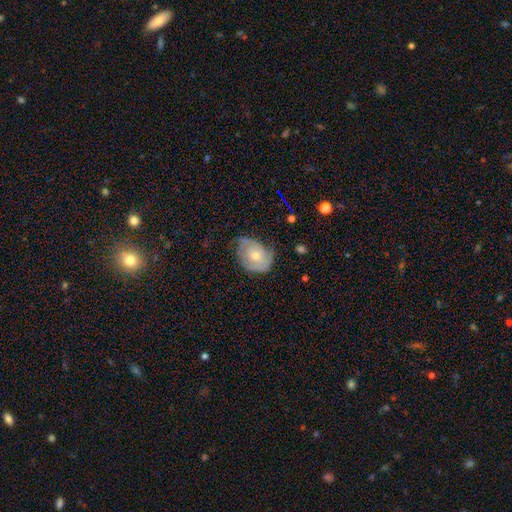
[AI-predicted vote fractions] Smooth or featured? featured or disk (69%)
Edge-on disk? no (96%)
Bar? no (77%)
Spiral arms? yes (85%)
Spiral winding? tight (59%)
Spiral arm count? 2 (41%)
Bulge size? moderate (51%)
Merging? none (55%)